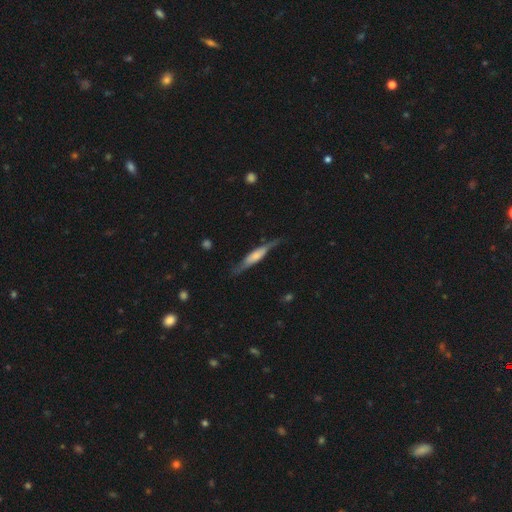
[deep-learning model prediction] Smooth or featured? Predicted: featured or disk (p=0.53). Edge-on disk? Predicted: yes (p=0.82). Merging? Predicted: none (p=0.69).